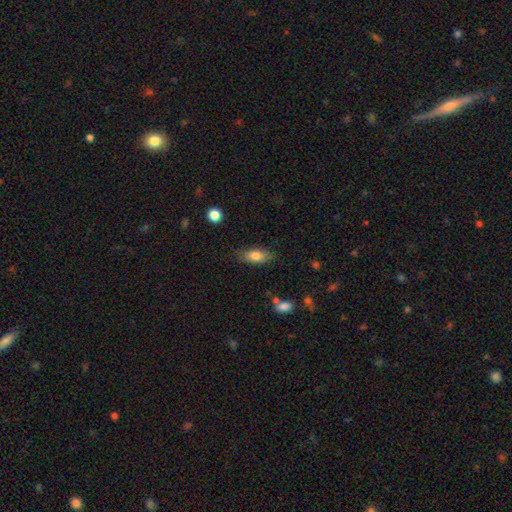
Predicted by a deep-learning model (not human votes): smooth_or_featured: smooth (p=0.78) [alt: featured or disk p=0.14]
how_rounded: in between (p=0.82) [alt: cigar-shaped p=0.14]
merging: none (p=0.78) [alt: minor disturbance p=0.16]